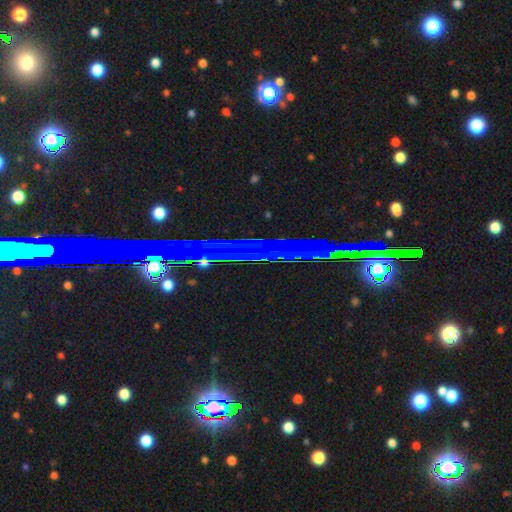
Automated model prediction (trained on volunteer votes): Overall: star or artifact (73%).